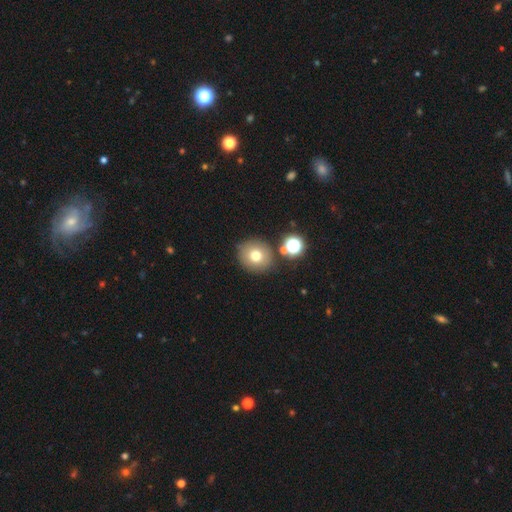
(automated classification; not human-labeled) Smooth or featured? Predicted: smooth (p=0.73). How rounded? Predicted: round (p=0.86). Merging? Predicted: none (p=0.80).